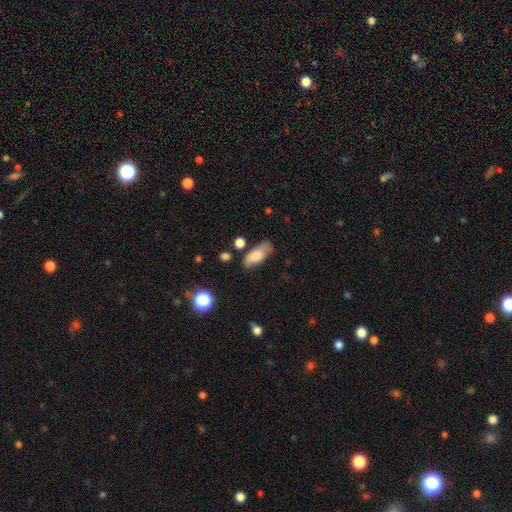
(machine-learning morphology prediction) Smooth or featured?
  - smooth: 77% *
  - featured or disk: 15%
  - star or artifact: 8%
How rounded?
  - in between: 81% *
  - cigar-shaped: 15%
  - round: 3%
Merging?
  - none: 67% *
  - minor disturbance: 22%
  - major disturbance: 7%
  - merger: 5%